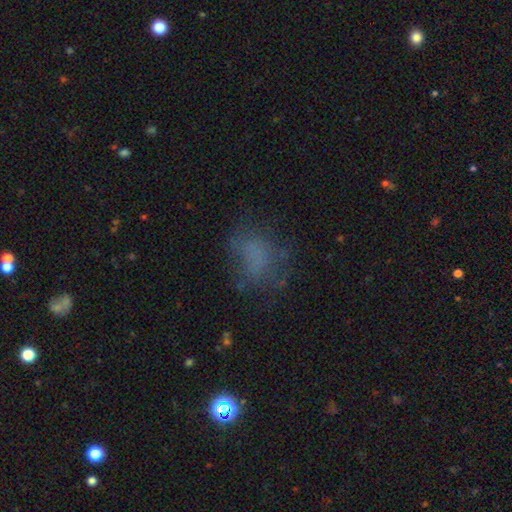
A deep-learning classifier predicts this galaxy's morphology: Q: Smooth or featured?
A: smooth (57%); runner-up: featured or disk (22%)
Q: How rounded?
A: in between (58%); runner-up: round (40%)
Q: Merging?
A: none (57%); runner-up: major disturbance (21%)